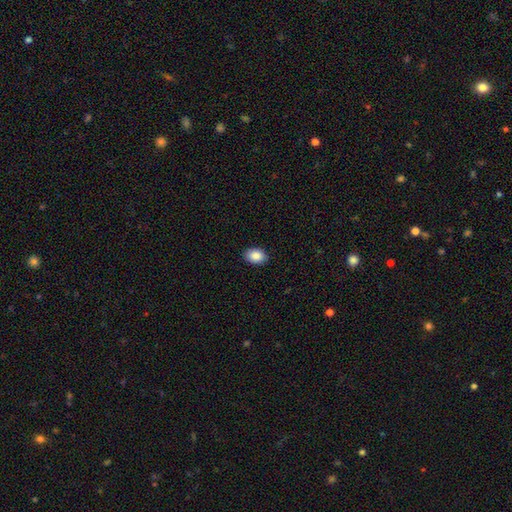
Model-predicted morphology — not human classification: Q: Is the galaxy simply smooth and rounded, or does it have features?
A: smooth — 88%.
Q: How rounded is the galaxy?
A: in between — 79%.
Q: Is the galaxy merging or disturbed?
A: none — 89%.